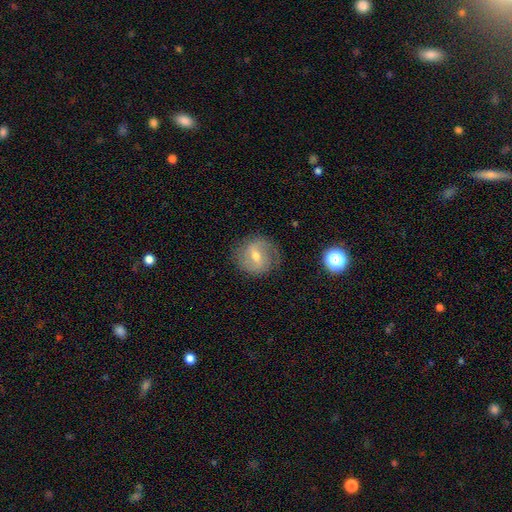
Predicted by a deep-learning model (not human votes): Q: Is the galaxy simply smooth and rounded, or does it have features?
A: featured or disk — 61%.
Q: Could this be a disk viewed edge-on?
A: no — 95%.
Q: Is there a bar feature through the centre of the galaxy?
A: weak — 52%.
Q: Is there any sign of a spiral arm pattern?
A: yes — 74%.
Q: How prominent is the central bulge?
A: moderate — 64%.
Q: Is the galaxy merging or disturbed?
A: none — 73%.